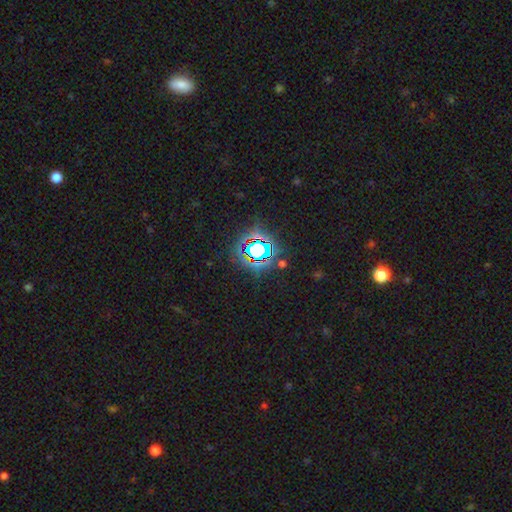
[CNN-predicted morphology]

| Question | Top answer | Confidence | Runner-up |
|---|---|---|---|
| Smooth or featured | star or artifact | 77% | smooth (14%) |